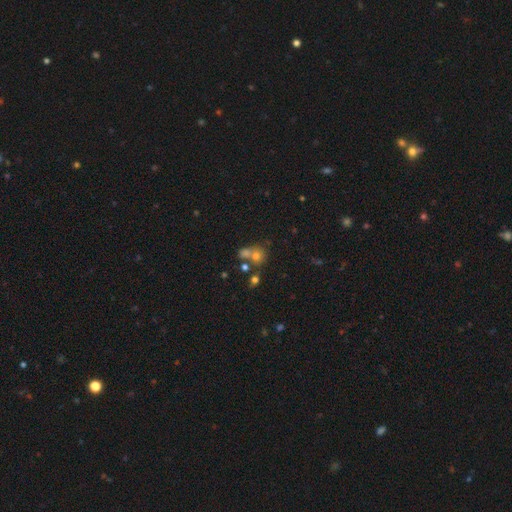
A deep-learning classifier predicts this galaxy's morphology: A smooth galaxy with no disk features (66%) that is round (77%). Merging: none (44%).